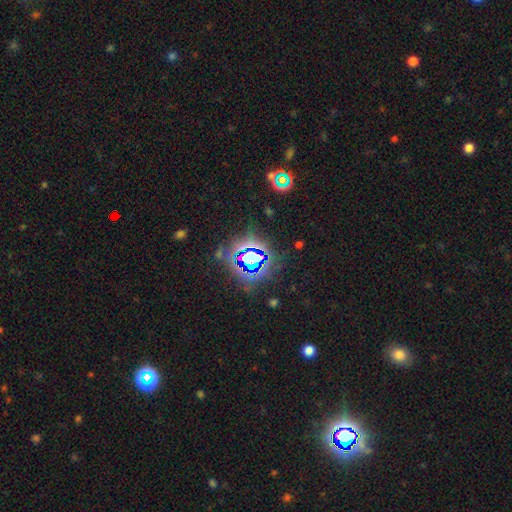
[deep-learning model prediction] smooth-or-featured: star or artifact: 82% | smooth: 11% | featured or disk: 7%